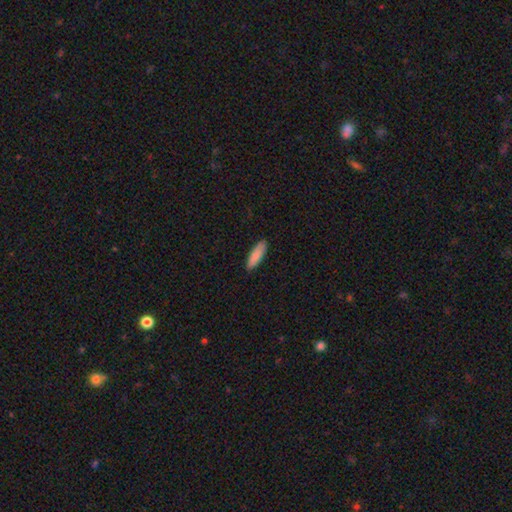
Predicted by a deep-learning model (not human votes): smooth-or-featured: smooth: 85% | featured or disk: 9% | star or artifact: 5%
  how-rounded: cigar-shaped: 50% | in between: 48% | round: 2%
  merging: none: 89% | minor disturbance: 9% | major disturbance: 2% | merger: 1%